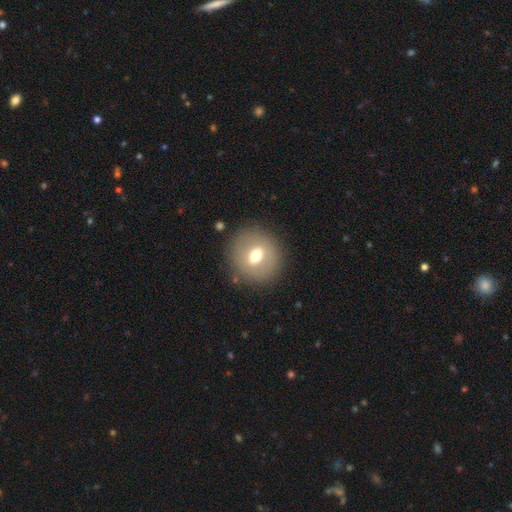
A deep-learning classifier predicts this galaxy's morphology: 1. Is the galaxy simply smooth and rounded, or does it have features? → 57% smooth, 34% featured or disk, 9% star or artifact.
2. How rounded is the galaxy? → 85% round, 14% in between, 1% cigar-shaped.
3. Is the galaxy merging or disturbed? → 84% none, 9% minor disturbance, 5% major disturbance, 2% merger.